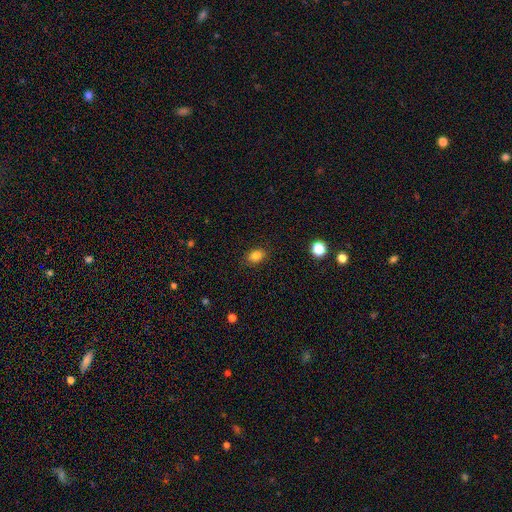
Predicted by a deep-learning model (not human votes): A smooth galaxy with no disk features (84%) that is in between round and cigar-shaped (75%). Merging: none (87%).